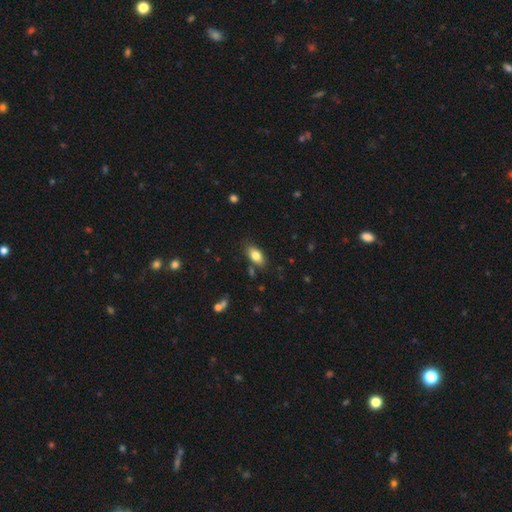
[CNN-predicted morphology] Overall: smooth (80%). How rounded: in between (89%). Merging: none (81%).